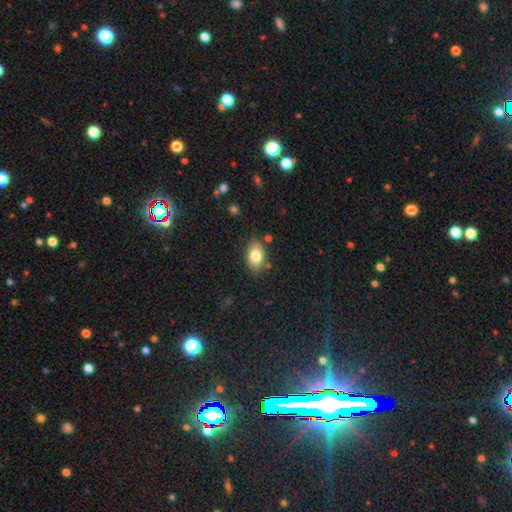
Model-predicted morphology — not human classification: Overall: smooth (81%). How rounded: in between (88%). Merging: none (81%).